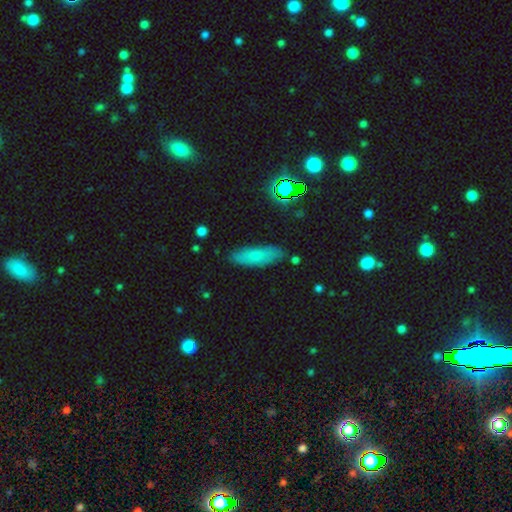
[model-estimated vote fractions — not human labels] This is likely a smooth galaxy (75%). How rounded: possibly in between (52%). Merging: clearly none (82%).